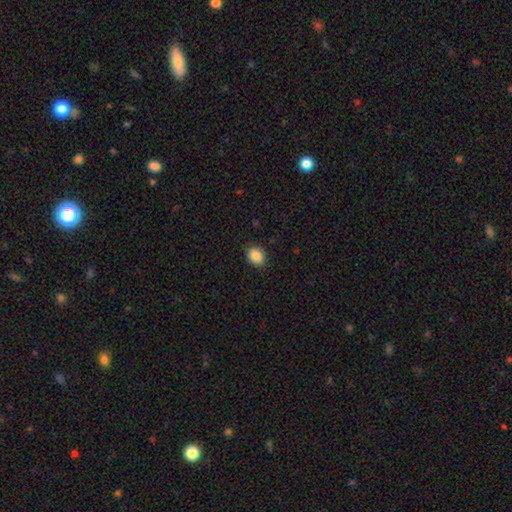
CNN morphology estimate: smooth-or-featured: smooth: 88% | star or artifact: 8% | featured or disk: 3%
  how-rounded: in between: 52% | round: 47% | cigar-shaped: 1%
  merging: none: 88% | minor disturbance: 9% | major disturbance: 2% | merger: 1%